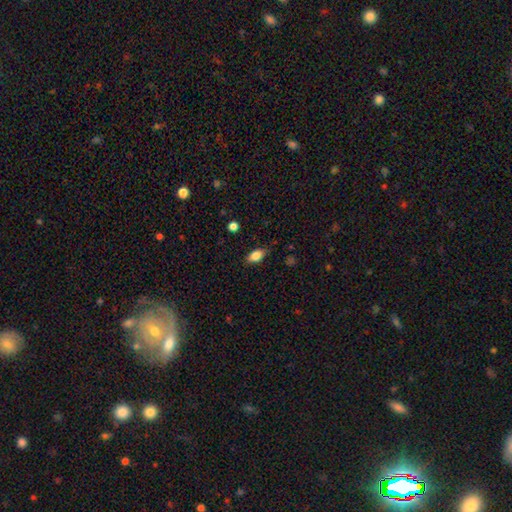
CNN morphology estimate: This is clearly a smooth galaxy (83%). How rounded: clearly in between (87%). Merging: clearly none (83%).